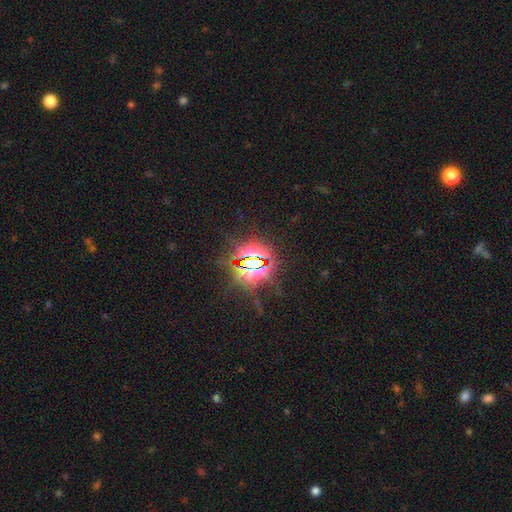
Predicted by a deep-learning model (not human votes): smooth-or-featured: star or artifact: 82% | smooth: 9% | featured or disk: 9%